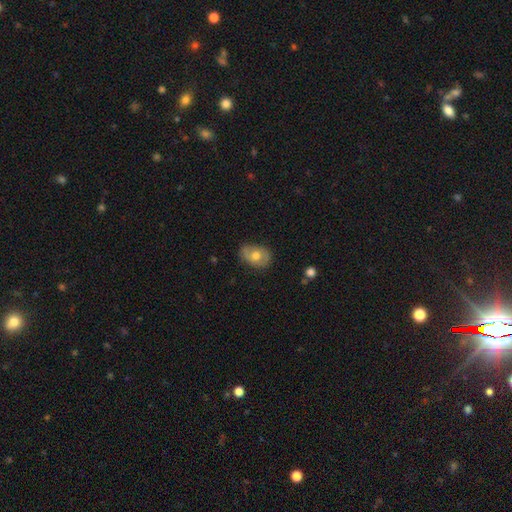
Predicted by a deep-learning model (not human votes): Smooth or featured? smooth (58%)
How rounded? in between (74%)
Merging? none (71%)